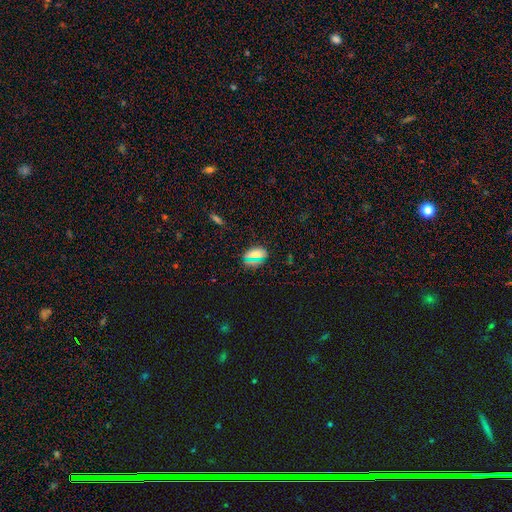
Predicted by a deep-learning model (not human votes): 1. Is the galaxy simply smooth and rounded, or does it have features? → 65% smooth, 27% star or artifact, 8% featured or disk.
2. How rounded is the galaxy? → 79% in between, 16% round, 6% cigar-shaped.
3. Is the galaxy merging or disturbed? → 81% none, 13% minor disturbance, 4% major disturbance, 2% merger.